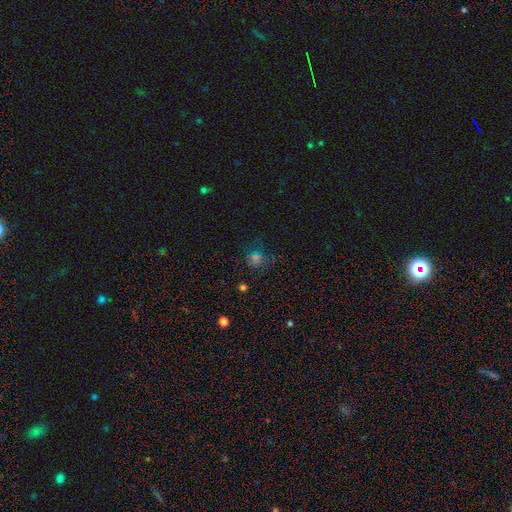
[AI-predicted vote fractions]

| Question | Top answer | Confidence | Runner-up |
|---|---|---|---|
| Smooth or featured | smooth | 50% | star or artifact (37%) |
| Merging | none | 69% | minor disturbance (17%) |